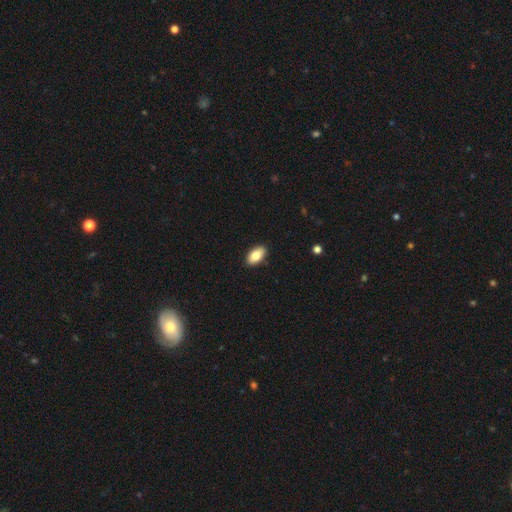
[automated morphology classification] smooth_or_featured: smooth (p=0.81) [alt: featured or disk p=0.12]
how_rounded: in between (p=0.93) [alt: cigar-shaped p=0.03]
merging: none (p=0.90) [alt: minor disturbance p=0.08]